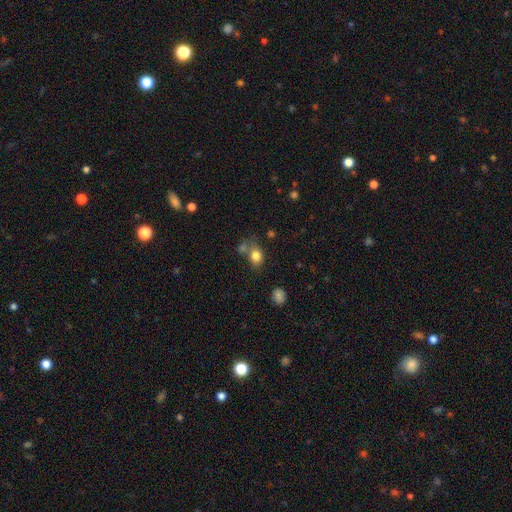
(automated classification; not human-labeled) Smooth or featured: smooth — 81% (star or artifact — 11%)
How rounded: in between — 56% (round — 42%)
Merging: none — 54% (merger — 25%)